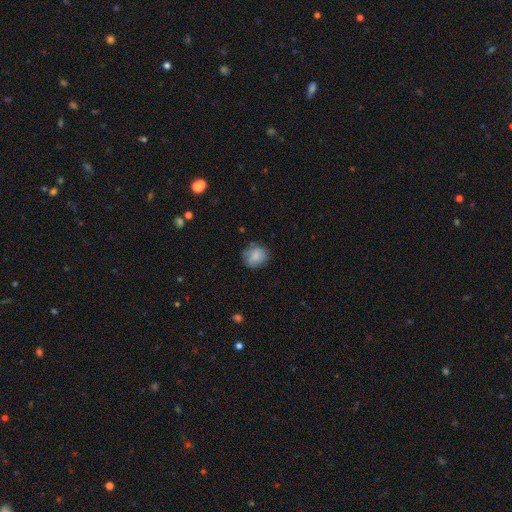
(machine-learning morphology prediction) Smooth or featured: smooth — 82% (featured or disk — 9%)
How rounded: round — 75% (in between — 24%)
Merging: none — 73% (minor disturbance — 20%)